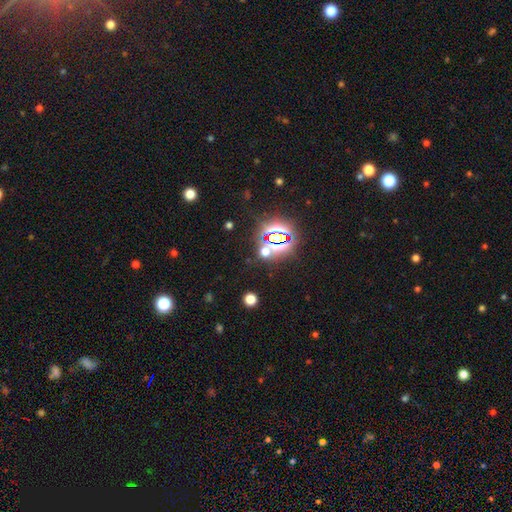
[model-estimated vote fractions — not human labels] This appears to be a star or artifact, not a galaxy (81%).